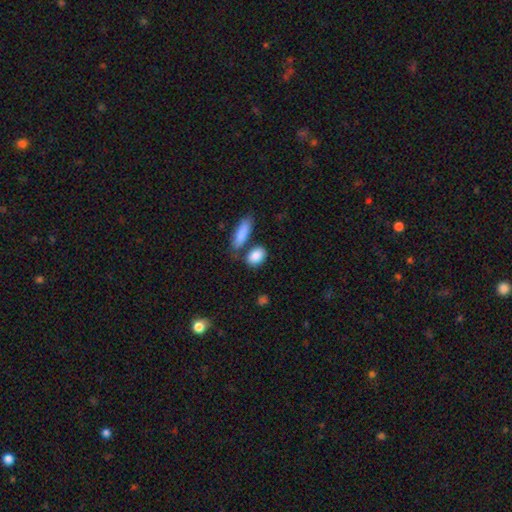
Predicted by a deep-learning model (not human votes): Smooth or featured?
  - smooth: 88% *
  - star or artifact: 6%
  - featured or disk: 6%
How rounded?
  - in between: 79% *
  - round: 15%
  - cigar-shaped: 6%
Merging?
  - none: 64% *
  - merger: 17%
  - minor disturbance: 14%
  - major disturbance: 4%